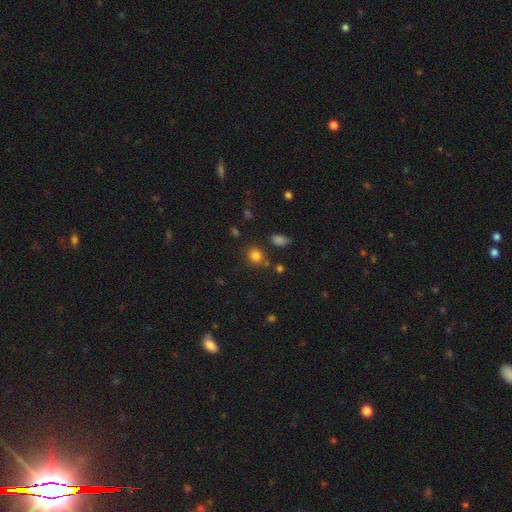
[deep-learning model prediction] Morphology: type=smooth (81%); roundness=round (78%); merging=none (78%).